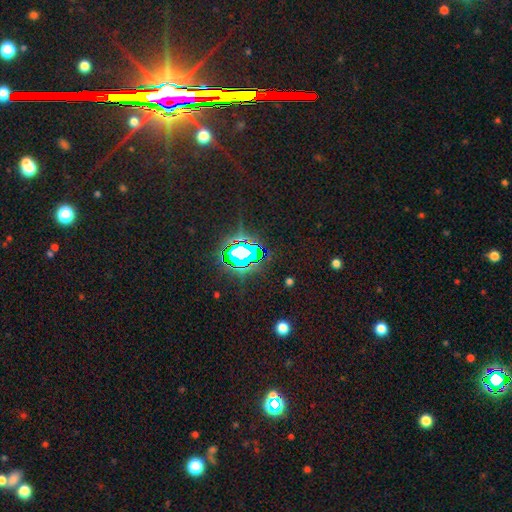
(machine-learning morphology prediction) This is clearly a star or artifact rather than a galaxy (83%).